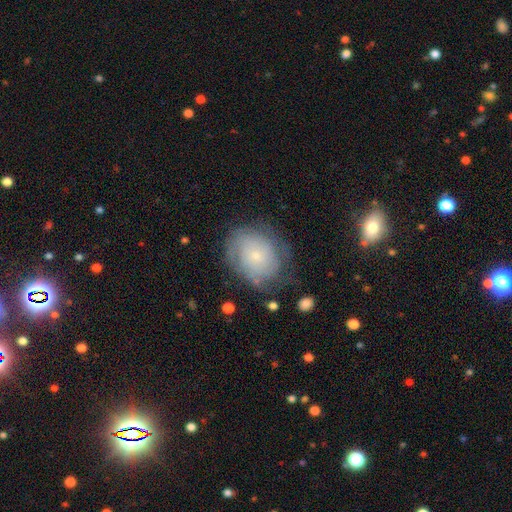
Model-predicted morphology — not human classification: Q: Smooth or featured?
A: smooth (47%); runner-up: featured or disk (43%)
Q: Merging?
A: none (65%); runner-up: minor disturbance (22%)